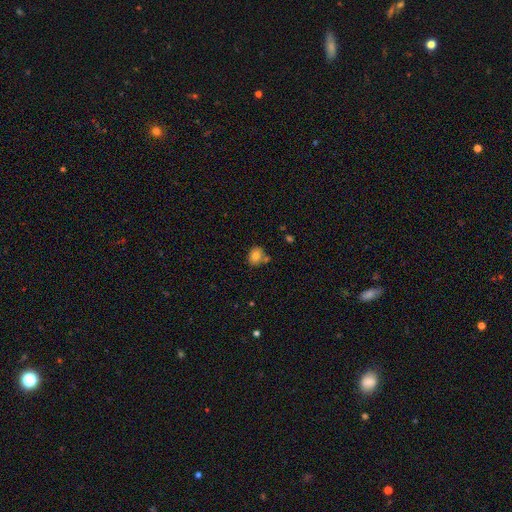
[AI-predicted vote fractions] Smooth or featured?
  - smooth: 79% *
  - featured or disk: 11%
  - star or artifact: 10%
How rounded?
  - round: 60% *
  - in between: 39%
  - cigar-shaped: 1%
Merging?
  - none: 68% *
  - minor disturbance: 15%
  - merger: 13%
  - major disturbance: 3%